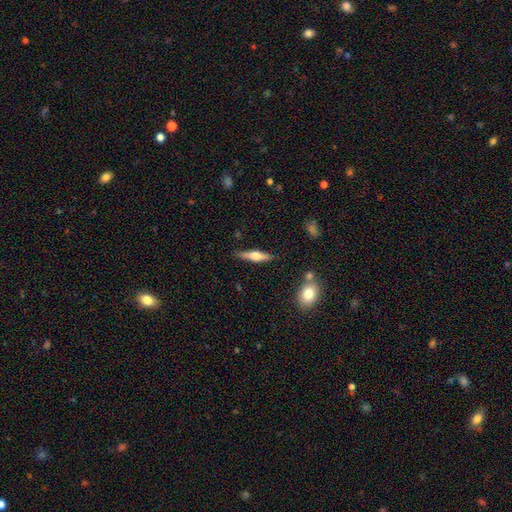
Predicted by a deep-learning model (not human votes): smooth_or_featured: featured or disk (p=0.56) [alt: smooth p=0.38]
disk_edge_on: yes (p=0.95) [alt: no p=0.05]
edge_on_bulge: rounded (p=0.90) [alt: boxy p=0.07]
merging: none (p=0.85) [alt: minor disturbance p=0.10]